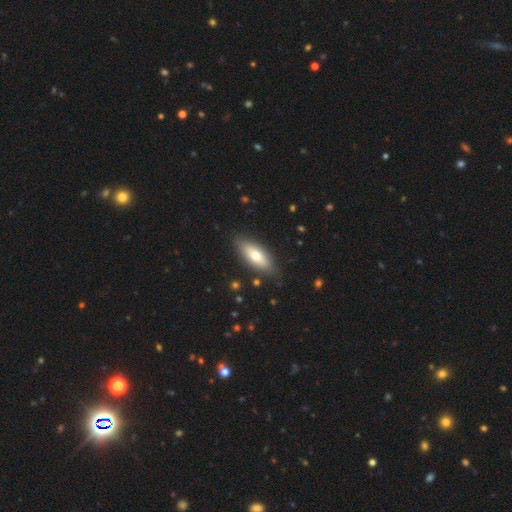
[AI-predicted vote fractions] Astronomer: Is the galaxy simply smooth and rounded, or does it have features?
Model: smooth — 68%.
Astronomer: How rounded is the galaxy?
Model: in between — 71%.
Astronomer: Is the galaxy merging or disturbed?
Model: none — 85%.